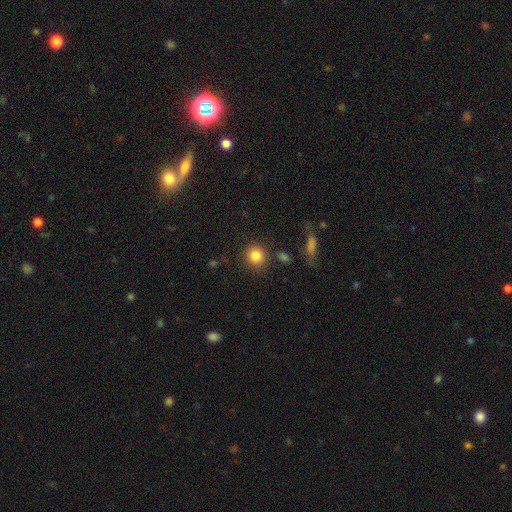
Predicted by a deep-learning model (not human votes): A smooth galaxy with no disk features (84%) that is round (88%). Merging: none (84%).